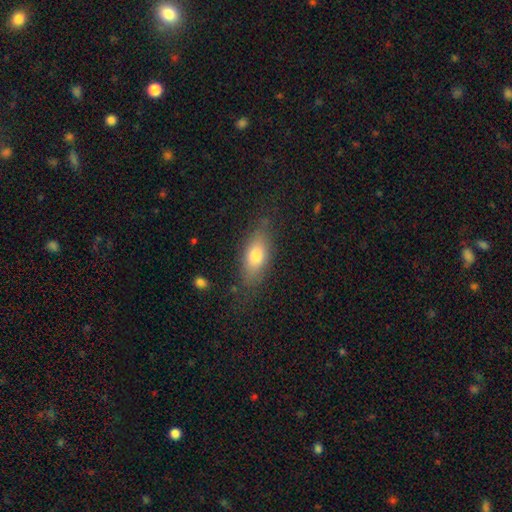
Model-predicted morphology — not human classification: This is likely a smooth galaxy (74%). How rounded: likely in between (79%). Merging: likely none (77%).